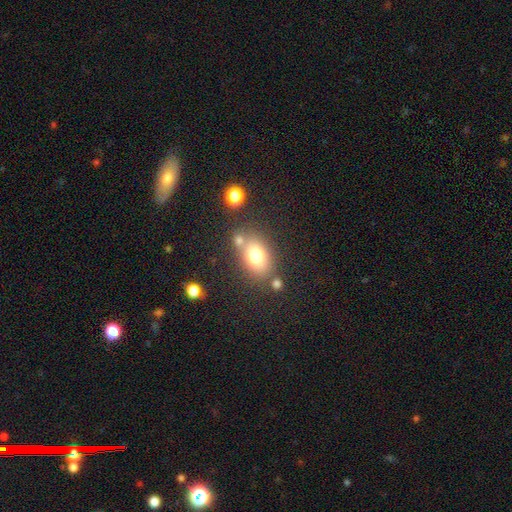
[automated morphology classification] This is likely a smooth galaxy (74%). How rounded: likely in between (71%). Merging: likely none (64%).